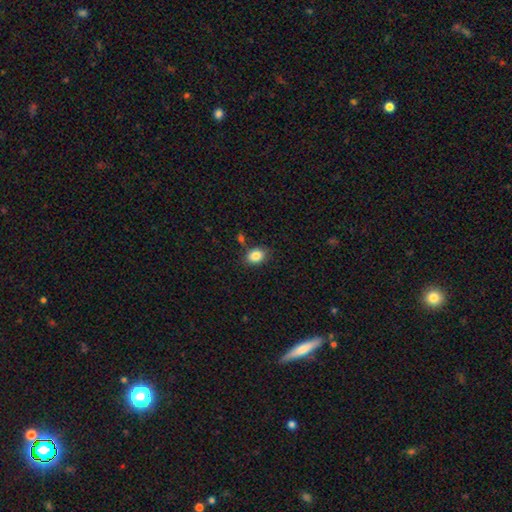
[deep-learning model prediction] Overall: smooth (85%). How rounded: in between (73%). Merging: none (80%).